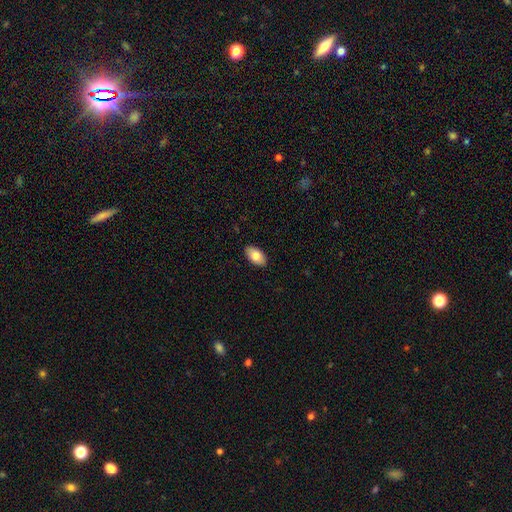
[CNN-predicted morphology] Smooth or featured? Predicted: smooth (p=0.82). How rounded? Predicted: in between (p=0.95). Merging? Predicted: none (p=0.90).